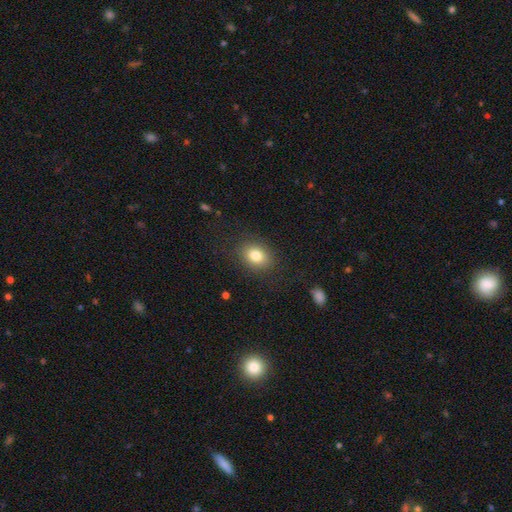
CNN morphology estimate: type=smooth (81%); roundness=in between (59%); merging=none (84%).